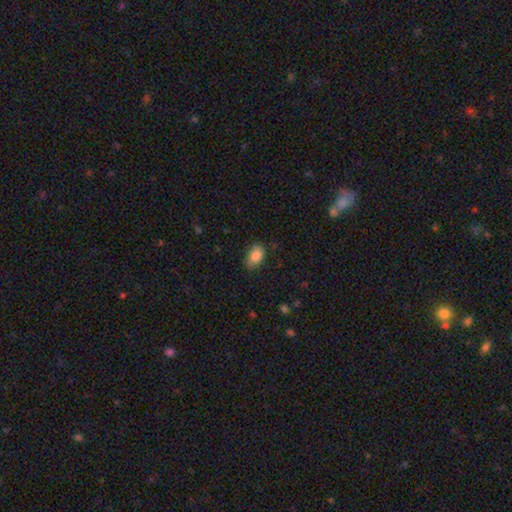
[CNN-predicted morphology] smooth 86%, star or artifact 8%, featured or disk 7%. Down the decision tree: how rounded — in between (89%); merging — none (77%).